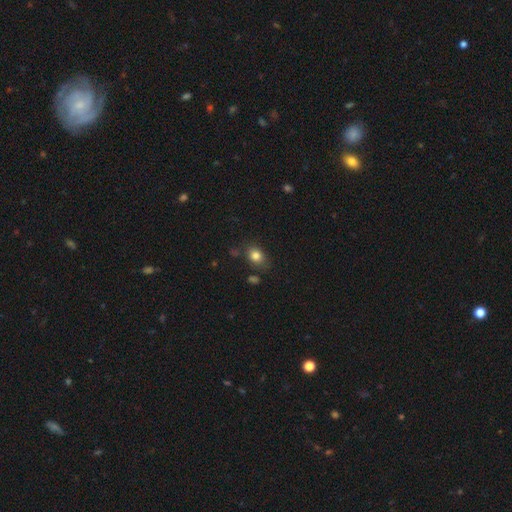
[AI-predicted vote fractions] The model was most divided on "how rounded": in between: 60%, round: 38%, cigar-shaped: 1%. More confident: smooth or featured — smooth (81%); merging — none (76%).